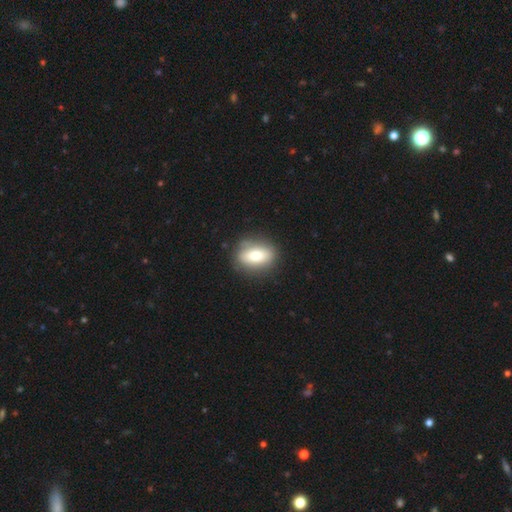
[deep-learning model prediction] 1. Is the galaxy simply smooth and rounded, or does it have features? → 73% smooth, 19% featured or disk, 8% star or artifact.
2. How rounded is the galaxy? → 77% in between, 17% round, 5% cigar-shaped.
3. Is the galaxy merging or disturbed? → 80% none, 14% minor disturbance, 4% major disturbance, 2% merger.